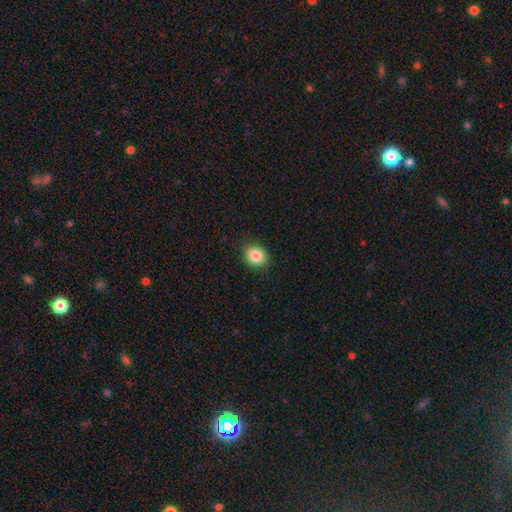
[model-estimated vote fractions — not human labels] Q: Smooth or featured?
A: smooth (85%); runner-up: star or artifact (9%)
Q: How rounded?
A: round (52%); runner-up: in between (48%)
Q: Merging?
A: none (87%); runner-up: minor disturbance (9%)